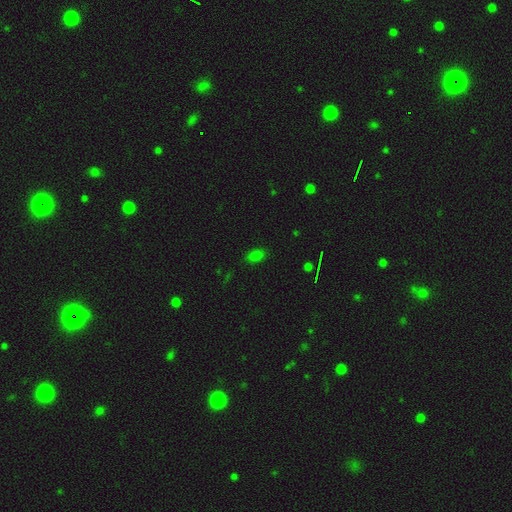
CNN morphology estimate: This appears to be a smooth galaxy with no disk features (77%) that is in between round and cigar-shaped (88%). Merging: none (83%).